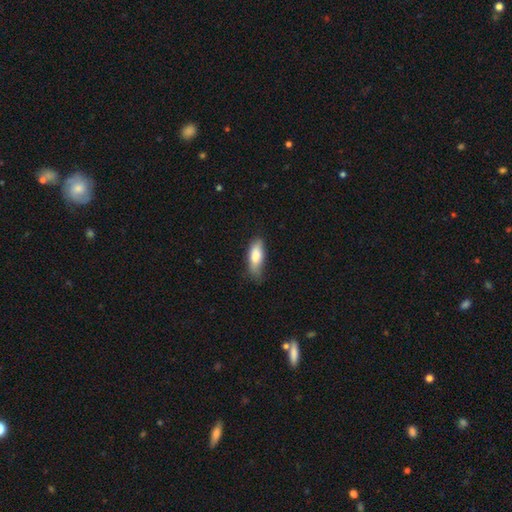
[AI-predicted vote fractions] This is likely a smooth galaxy (80%). How rounded: likely in between (68%). Merging: likely none (60%).